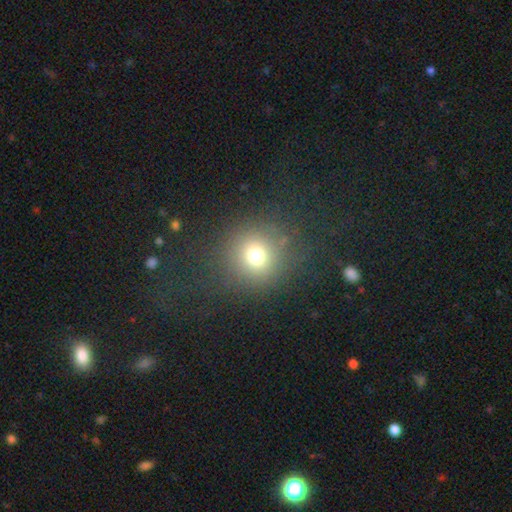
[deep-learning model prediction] Q: Smooth or featured?
A: smooth (71%); runner-up: star or artifact (19%)
Q: How rounded?
A: round (92%); runner-up: in between (7%)
Q: Merging?
A: none (84%); runner-up: minor disturbance (8%)